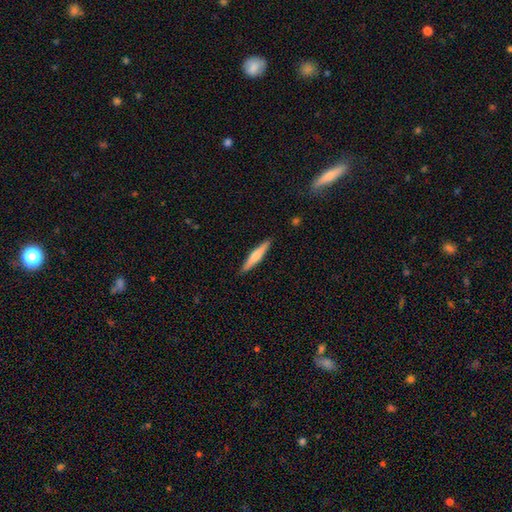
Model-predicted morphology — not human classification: smooth-or-featured: smooth: 57% | featured or disk: 38% | star or artifact: 5%
  how-rounded: cigar-shaped: 92% | in between: 7% | round: 1%
  merging: none: 90% | minor disturbance: 7% | major disturbance: 1% | merger: 1%